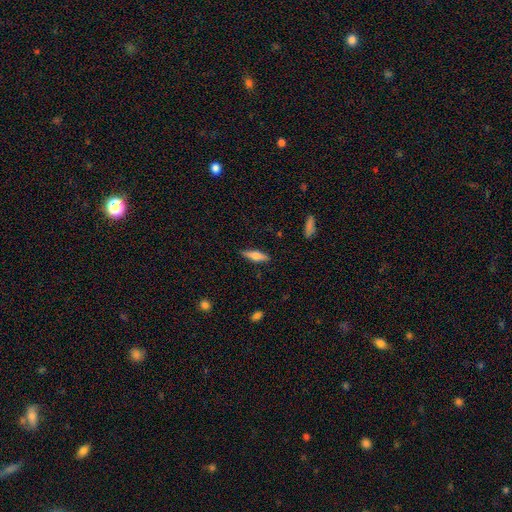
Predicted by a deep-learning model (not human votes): Smooth or featured: smooth — 59% (featured or disk — 34%)
How rounded: cigar-shaped — 59% (in between — 38%)
Merging: none — 87% (minor disturbance — 10%)